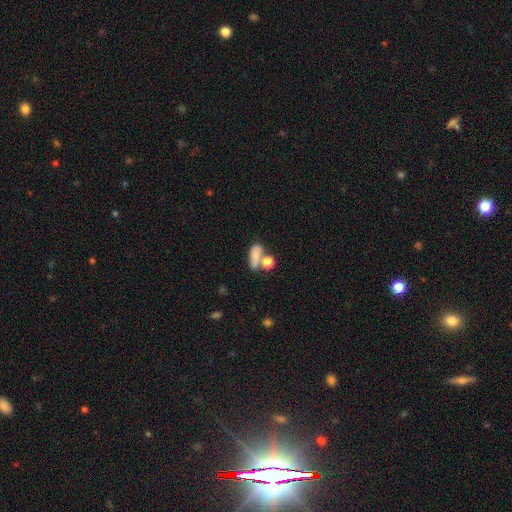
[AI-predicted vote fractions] smooth 72%, featured or disk 17%, star or artifact 11%. Down the decision tree: how rounded — in between (74%); merging — merger (43%).